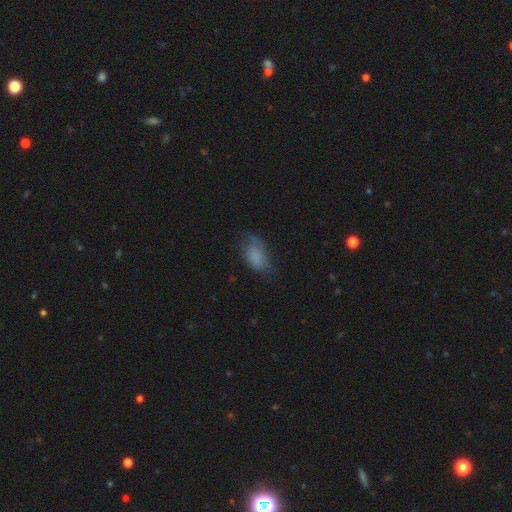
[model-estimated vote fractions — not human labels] smooth-or-featured: smooth: 75% | featured or disk: 15% | star or artifact: 10%
  how-rounded: in between: 90% | round: 8% | cigar-shaped: 3%
  merging: none: 46% | minor disturbance: 34% | major disturbance: 18% | merger: 2%